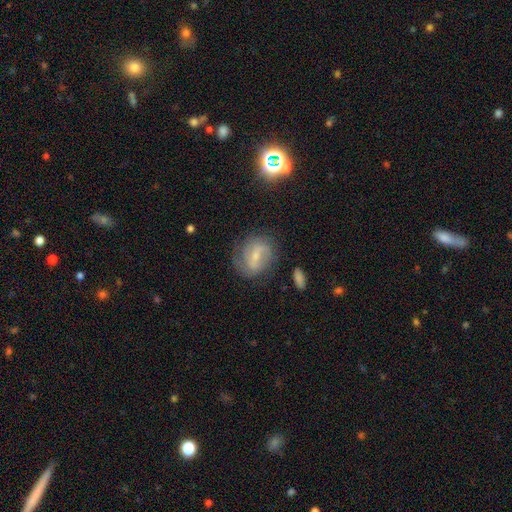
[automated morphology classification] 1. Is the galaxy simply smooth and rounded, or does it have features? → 65% featured or disk, 26% smooth, 9% star or artifact.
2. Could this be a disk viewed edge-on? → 96% no, 4% yes.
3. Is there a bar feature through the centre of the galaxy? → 51% weak, 28% strong, 21% no.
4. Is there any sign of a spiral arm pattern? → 85% yes, 15% no.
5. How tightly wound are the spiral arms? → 43% medium, 31% tight, 25% loose.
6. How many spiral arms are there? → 67% 2, 18% can't tell, 7% 1, 4% 3, 2% 4, 2% more than 4.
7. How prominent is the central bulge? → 60% small, 30% moderate, 7% none, 2% large, 1% dominant.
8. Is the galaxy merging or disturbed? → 70% none, 19% minor disturbance, 9% major disturbance, 2% merger.